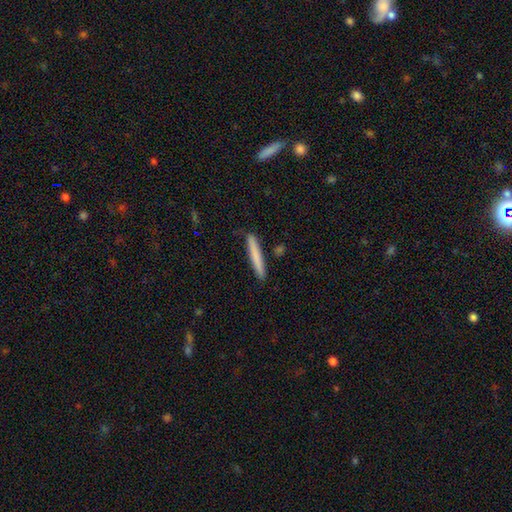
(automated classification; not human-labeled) A smooth galaxy with no disk features (77%) that is cigar-shaped (96%).

Vote fractions:
- Smooth or featured? smooth: 77% / featured or disk: 18% / star or artifact: 6%
- How rounded? cigar-shaped: 96% / in between: 3% / round: 1%
- Merging? none: 88% / minor disturbance: 8% / merger: 2% / major disturbance: 2%